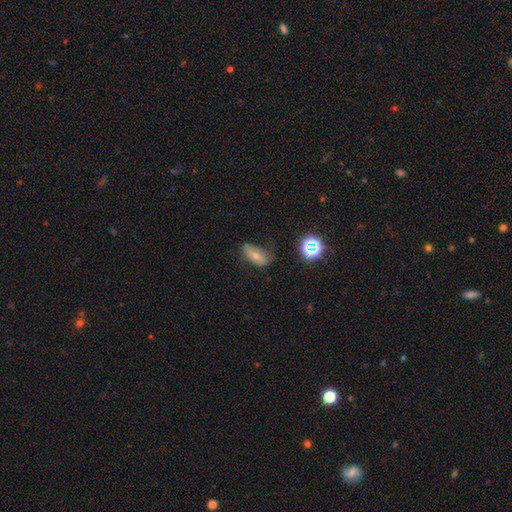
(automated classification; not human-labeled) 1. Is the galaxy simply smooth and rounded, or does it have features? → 56% smooth, 31% featured or disk, 14% star or artifact.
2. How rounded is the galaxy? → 86% in between, 7% cigar-shaped, 7% round.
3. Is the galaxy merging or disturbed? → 41% none, 35% minor disturbance, 21% major disturbance, 3% merger.